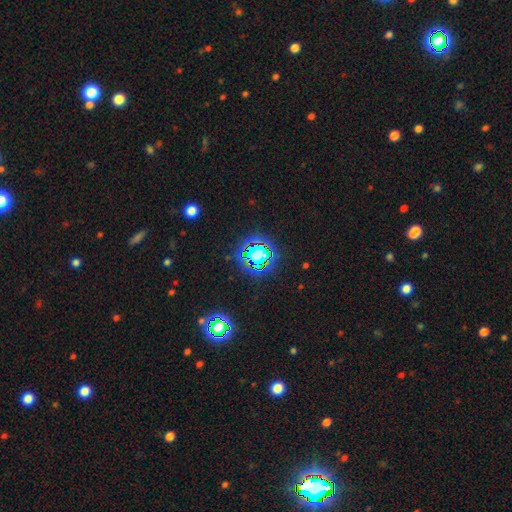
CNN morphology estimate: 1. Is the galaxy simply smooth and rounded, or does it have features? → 58% star or artifact, 29% smooth, 13% featured or disk.